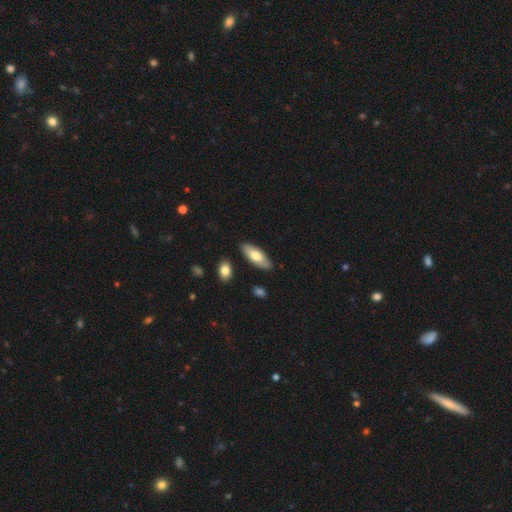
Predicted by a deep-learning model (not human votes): smooth_or_featured: smooth (p=0.70) [alt: featured or disk p=0.25]
how_rounded: in between (p=0.76) [alt: cigar-shaped p=0.22]
merging: none (p=0.84) [alt: minor disturbance p=0.11]